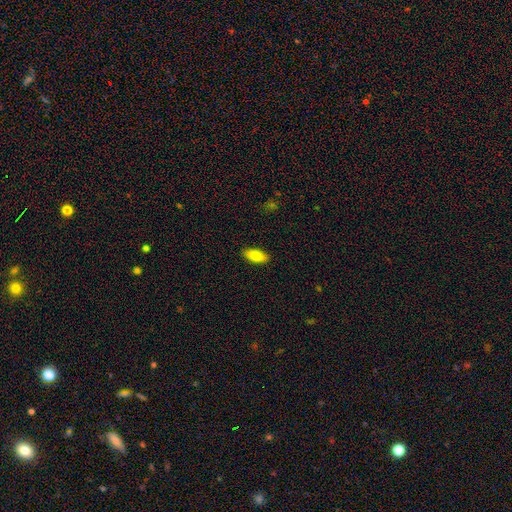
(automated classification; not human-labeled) Smooth or featured?
  - smooth: 82% *
  - featured or disk: 12%
  - star or artifact: 7%
How rounded?
  - in between: 87% *
  - cigar-shaped: 11%
  - round: 2%
Merging?
  - none: 89% *
  - minor disturbance: 8%
  - major disturbance: 2%
  - merger: 1%